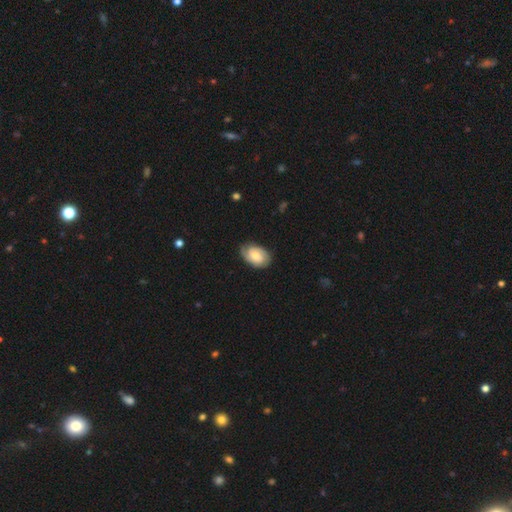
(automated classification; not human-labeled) Smooth or featured: featured or disk — 50% (smooth — 44%)
Merging: none — 77% (minor disturbance — 18%)